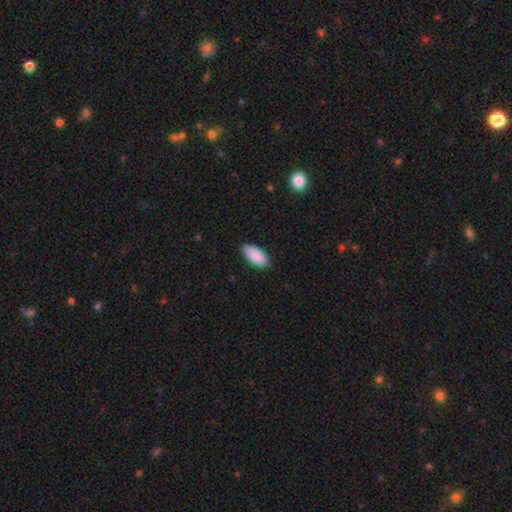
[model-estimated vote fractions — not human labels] This is clearly a smooth galaxy (90%). How rounded: clearly in between (92%). Merging: clearly none (86%).